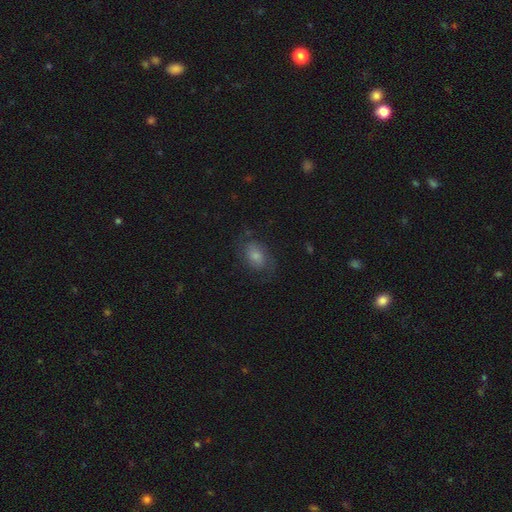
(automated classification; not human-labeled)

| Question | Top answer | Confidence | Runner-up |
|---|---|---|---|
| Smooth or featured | smooth | 56% | featured or disk (34%) |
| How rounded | in between | 80% | round (18%) |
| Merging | none | 63% | minor disturbance (22%) |